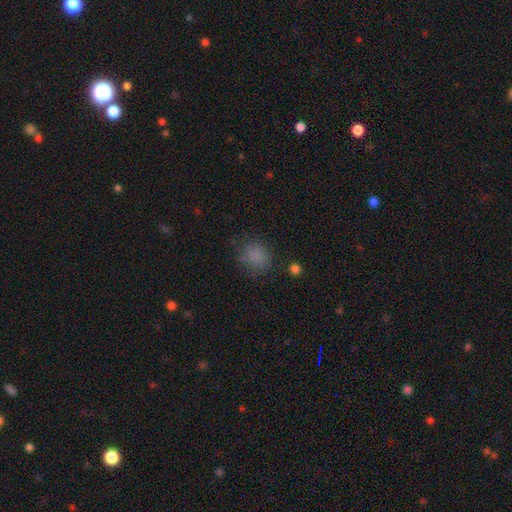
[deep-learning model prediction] The model was most divided on "how rounded": round: 67%, in between: 32%, cigar-shaped: 1%. More confident: smooth or featured — smooth (81%); merging — none (74%).